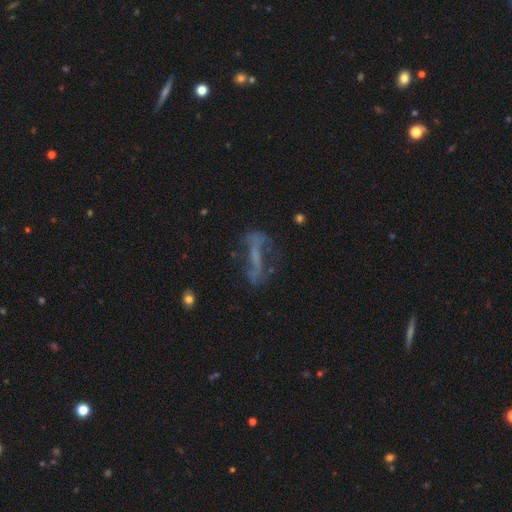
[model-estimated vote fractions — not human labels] smooth-or-featured: featured or disk: 63% | smooth: 22% | star or artifact: 15%
  disk-edge-on: no: 74% | yes: 26%
  merging: none: 53% | major disturbance: 22% | minor disturbance: 20% | merger: 5%